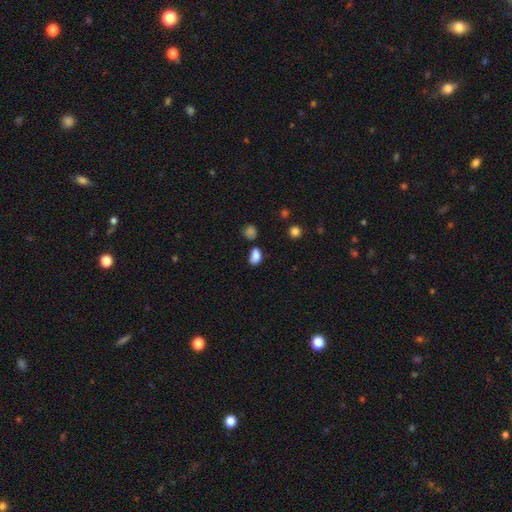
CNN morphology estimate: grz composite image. It shows a smooth galaxy with no disk features (84%) that is in between round and cigar-shaped (86%). Merging: none (61%).